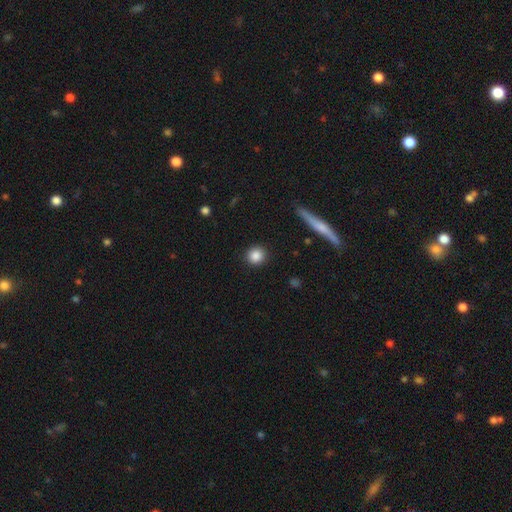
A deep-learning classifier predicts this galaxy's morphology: This appears to be a smooth galaxy with no disk features (87%) that is round (91%). Merging: none (91%).